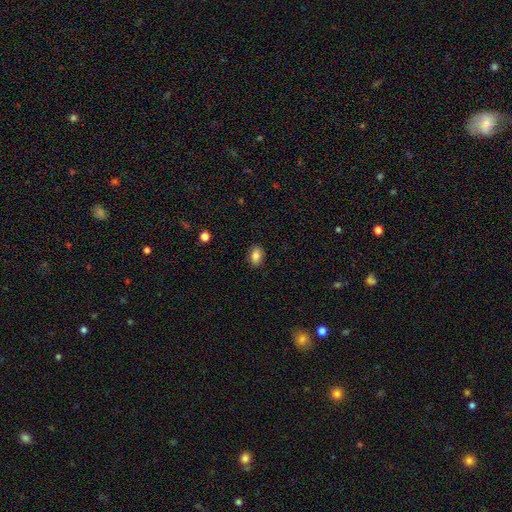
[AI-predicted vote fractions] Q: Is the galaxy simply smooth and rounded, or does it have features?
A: smooth — 85%.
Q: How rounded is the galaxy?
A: in between — 84%.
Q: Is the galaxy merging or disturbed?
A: none — 86%.